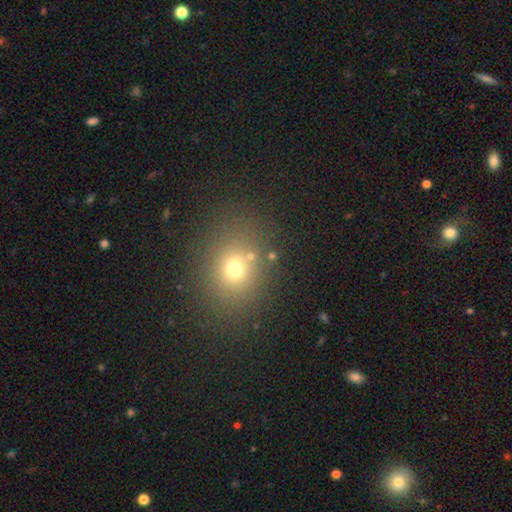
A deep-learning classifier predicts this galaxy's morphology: This is likely a smooth galaxy (64%). How rounded: possibly round (59%). Merging: likely none (79%).